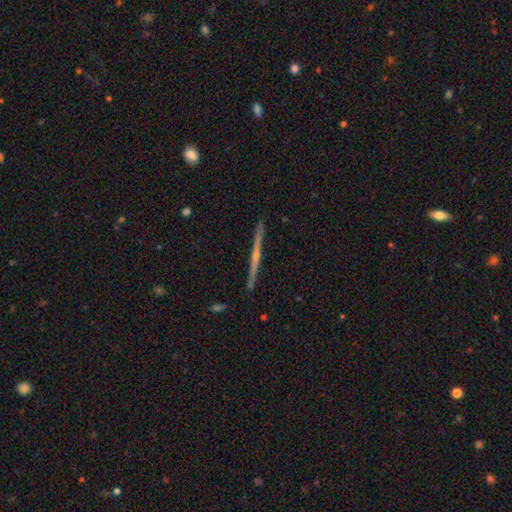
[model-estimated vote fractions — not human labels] Overall: featured or disk (72%). Edge-on disk: yes (97%). Edge-on bulge: rounded (62%; none 30%). Merging: none (89%).